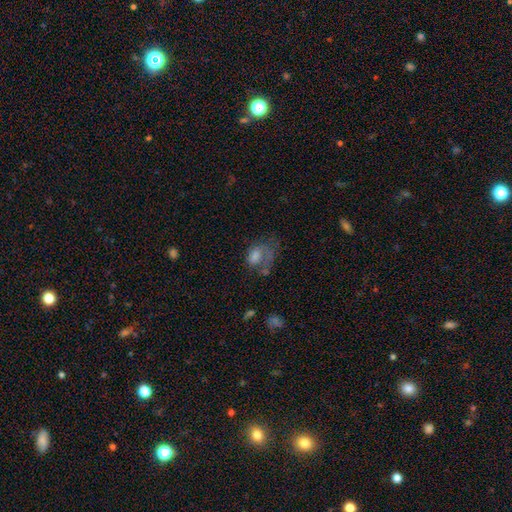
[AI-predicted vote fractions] smooth-or-featured: smooth: 49% | featured or disk: 36% | star or artifact: 15%
  merging: major disturbance: 42% | none: 30% | minor disturbance: 20% | merger: 7%